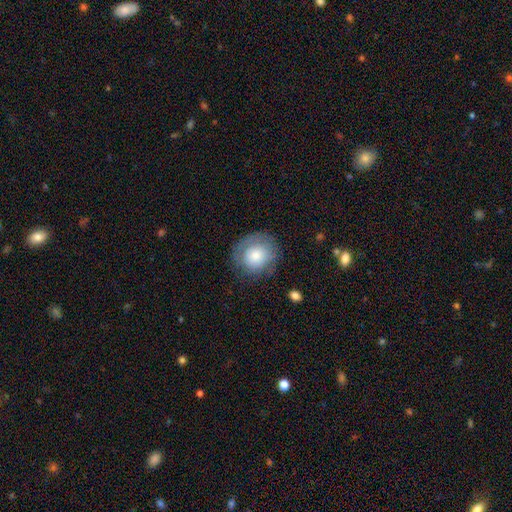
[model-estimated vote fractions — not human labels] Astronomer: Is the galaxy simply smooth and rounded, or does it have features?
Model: smooth — 71%.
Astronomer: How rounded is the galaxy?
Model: round — 85%.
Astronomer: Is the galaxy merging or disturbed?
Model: none — 73%.